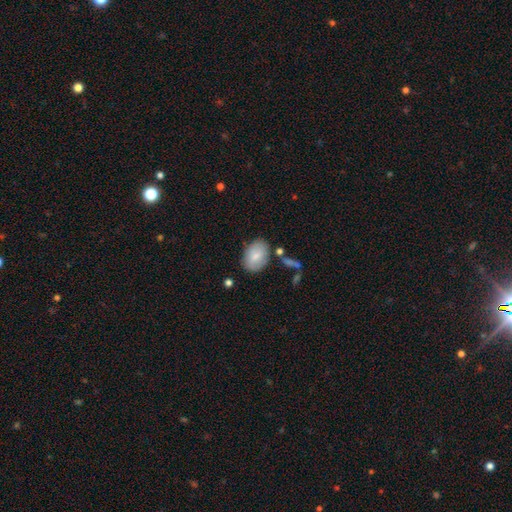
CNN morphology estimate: This is clearly a smooth galaxy (80%). How rounded: clearly in between (83%). Merging: likely none (77%).